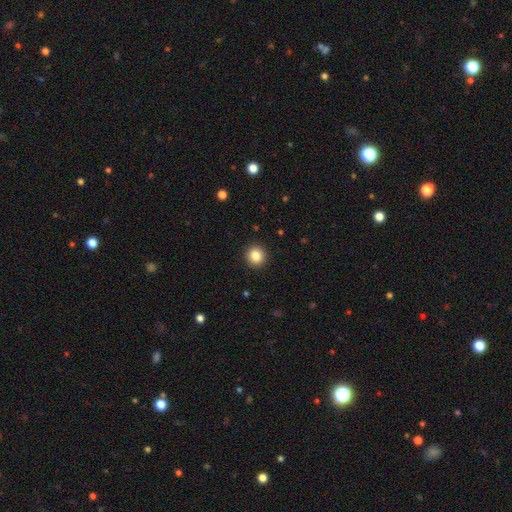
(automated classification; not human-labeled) Q: Smooth or featured?
A: smooth (85%); runner-up: star or artifact (10%)
Q: How rounded?
A: round (91%); runner-up: in between (8%)
Q: Merging?
A: none (92%); runner-up: minor disturbance (5%)